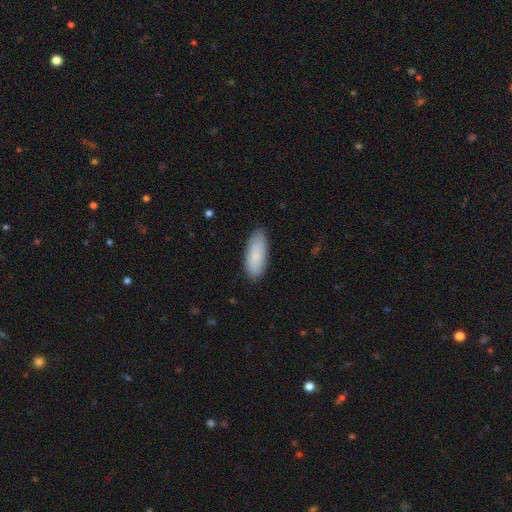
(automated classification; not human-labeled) smooth 85%, featured or disk 9%, star or artifact 6%. Down the decision tree: how rounded — in between (79%); merging — none (86%).